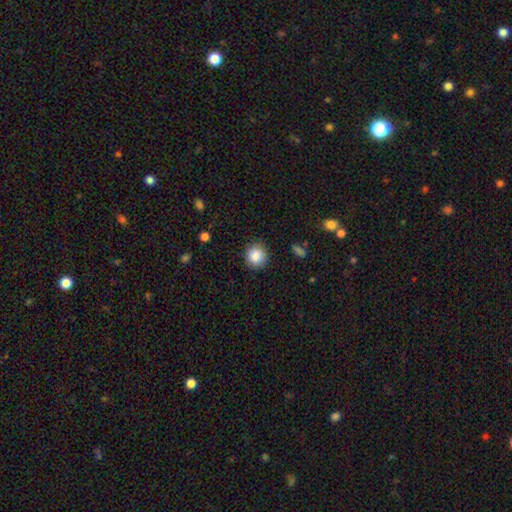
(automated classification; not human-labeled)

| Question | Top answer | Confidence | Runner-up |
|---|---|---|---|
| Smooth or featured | smooth | 86% | star or artifact (9%) |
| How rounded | round | 86% | in between (13%) |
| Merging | none | 86% | minor disturbance (10%) |